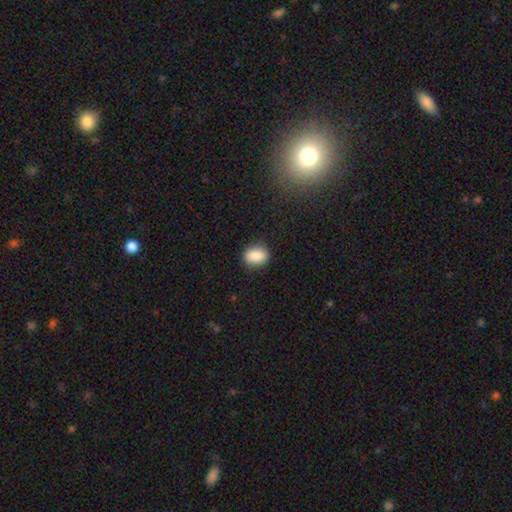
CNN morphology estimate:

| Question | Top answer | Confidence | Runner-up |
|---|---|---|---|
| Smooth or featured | smooth | 87% | star or artifact (8%) |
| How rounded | in between | 67% | round (31%) |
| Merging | none | 84% | minor disturbance (12%) |